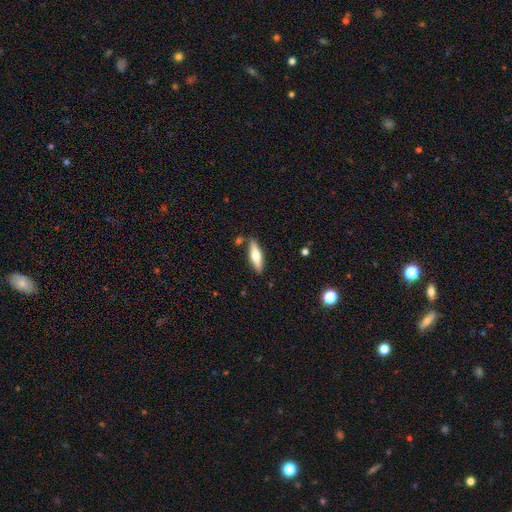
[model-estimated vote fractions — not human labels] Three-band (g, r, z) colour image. It shows a smooth galaxy with no disk features (56%) that is cigar-shaped (60%). Merging: none (80%).